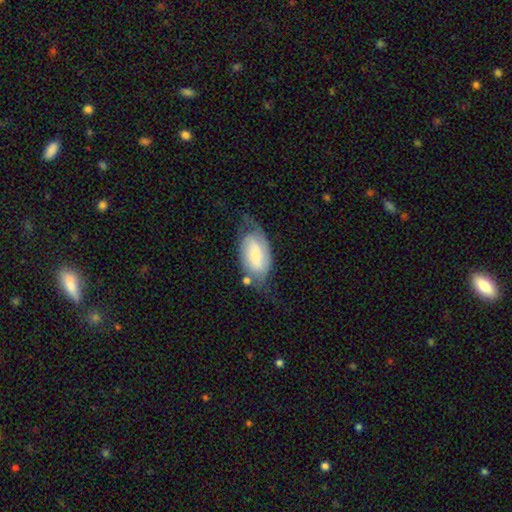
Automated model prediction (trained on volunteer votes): Overall: featured or disk (51%; smooth 42%). Edge-on disk: no (93%). Merging: none (43%; minor disturbance 27%).